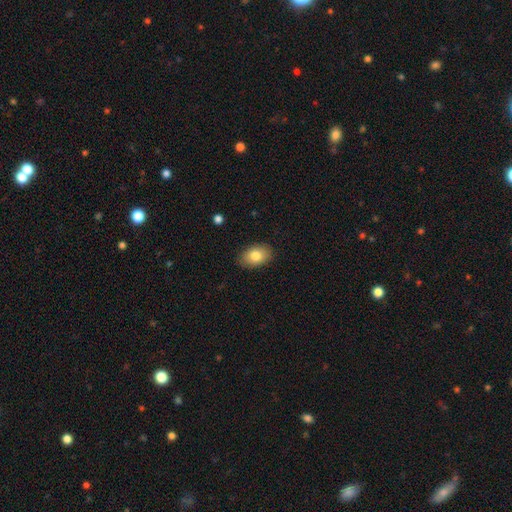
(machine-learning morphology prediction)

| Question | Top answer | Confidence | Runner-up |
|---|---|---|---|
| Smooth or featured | smooth | 82% | featured or disk (11%) |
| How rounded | in between | 86% | round (13%) |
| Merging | none | 87% | minor disturbance (10%) |